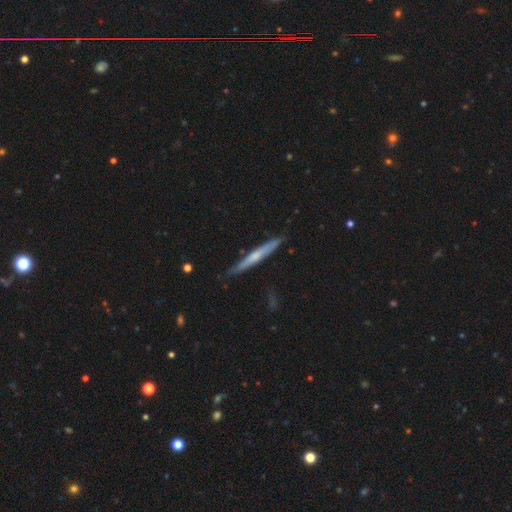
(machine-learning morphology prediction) Overall: featured or disk (51%; smooth 44%). Edge-on disk: yes (95%). Merging: none (85%).